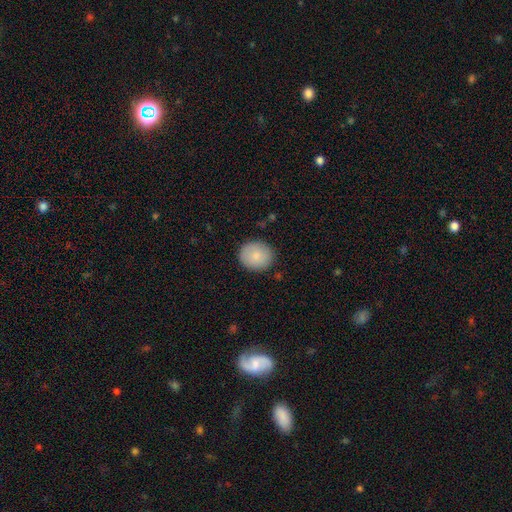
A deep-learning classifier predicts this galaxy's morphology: Q: Smooth or featured?
A: smooth (84%); runner-up: featured or disk (9%)
Q: How rounded?
A: round (78%); runner-up: in between (21%)
Q: Merging?
A: none (87%); runner-up: minor disturbance (9%)